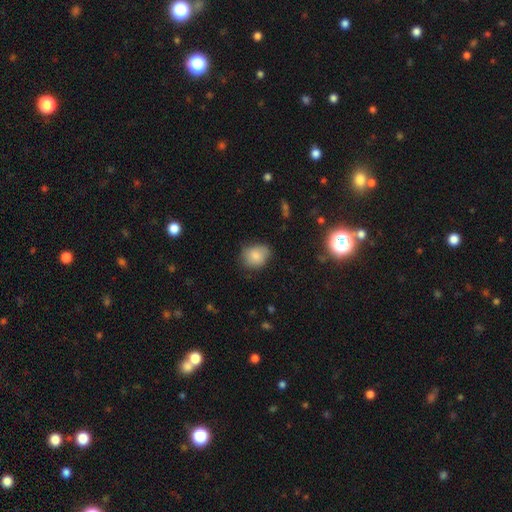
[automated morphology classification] smooth 82%, featured or disk 10%, star or artifact 8%. Down the decision tree: how rounded — round (54%); merging — none (69%).